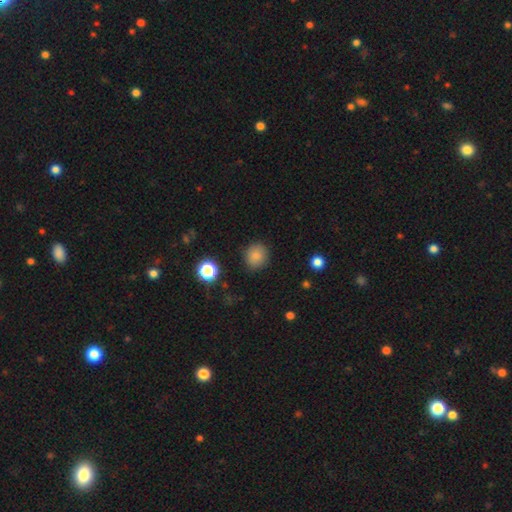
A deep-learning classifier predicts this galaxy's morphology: Overall: smooth (83%). How rounded: round (83%). Merging: none (87%).